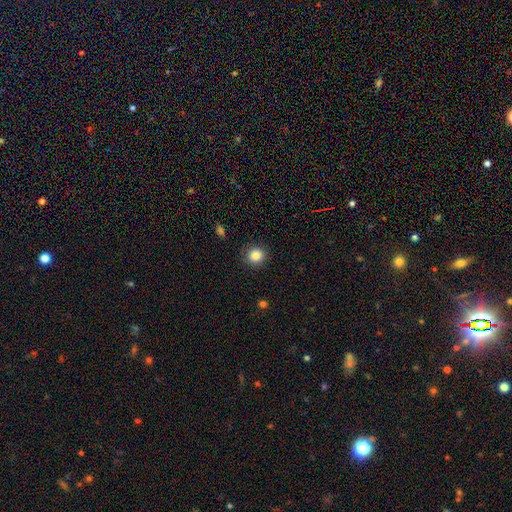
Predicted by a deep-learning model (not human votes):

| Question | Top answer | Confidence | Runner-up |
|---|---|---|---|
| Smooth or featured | smooth | 85% | star or artifact (10%) |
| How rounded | round | 86% | in between (13%) |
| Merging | none | 87% | minor disturbance (9%) |